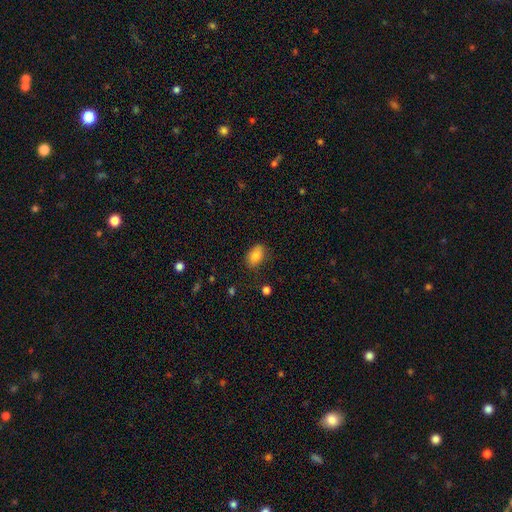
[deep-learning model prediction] This appears to be a smooth galaxy with no disk features (84%) that is in between round and cigar-shaped (88%). Merging: none (80%).